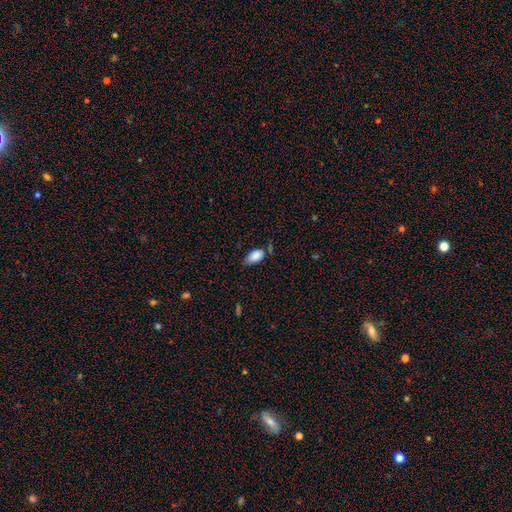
Smooth or featured: smooth — 92% (featured or disk — 5%)
How rounded: in between — 91% (cigar-shaped — 6%)
Merging: none — 56% (minor disturbance — 42%)